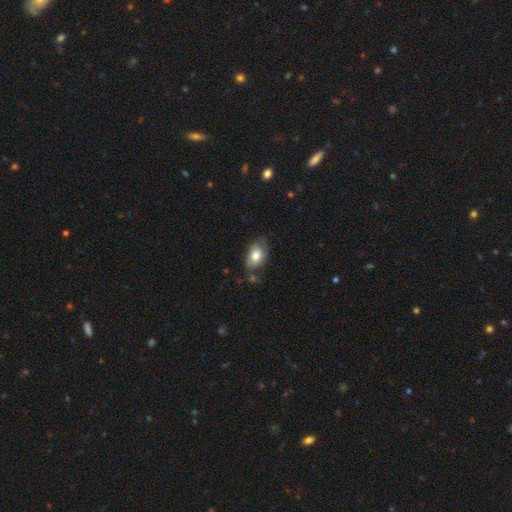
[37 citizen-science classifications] A smooth galaxy with no disk features (76%) that is in between round and cigar-shaped (89%). Merging: none (54%).